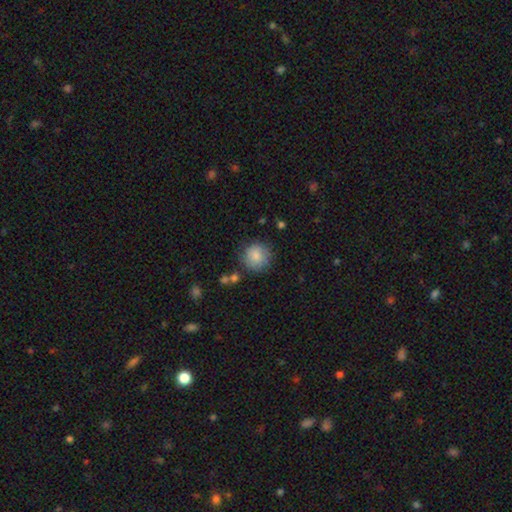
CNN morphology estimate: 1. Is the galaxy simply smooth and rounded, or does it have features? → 86% smooth, 8% star or artifact, 7% featured or disk.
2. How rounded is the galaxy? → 92% round, 7% in between, 1% cigar-shaped.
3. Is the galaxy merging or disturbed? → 80% none, 13% minor disturbance, 4% major disturbance, 3% merger.